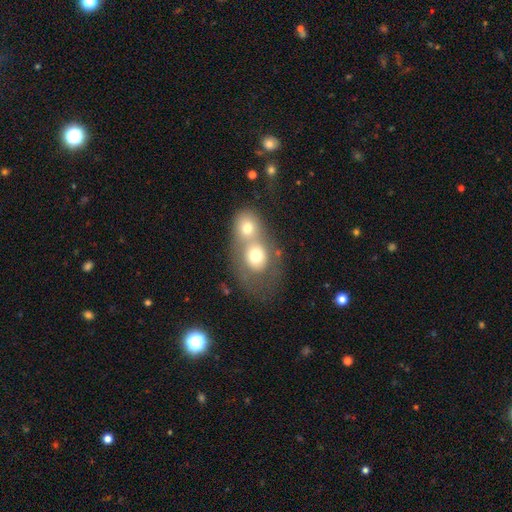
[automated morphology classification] smooth 65%, featured or disk 26%, star or artifact 9%. Down the decision tree: how rounded — round (54%); merging — merger (72%).